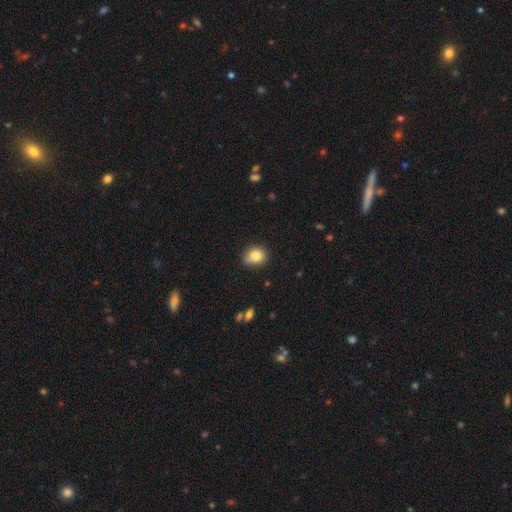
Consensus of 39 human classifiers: Smooth or featured?
  - smooth: 82% *
  - star or artifact: 10%
  - featured or disk: 8%
How rounded?
  - round: 66% *
  - in between: 34%
  - cigar-shaped: 0%
Merging?
  - none: 83% *
  - minor disturbance: 11%
  - major disturbance: 6%
  - merger: 0%